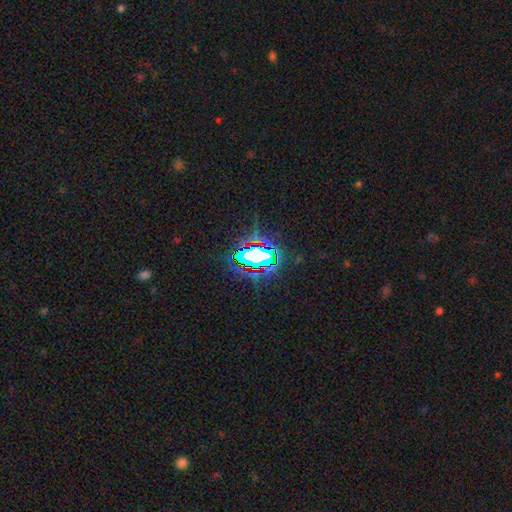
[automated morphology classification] smooth-or-featured: star or artifact: 66% | smooth: 17% | featured or disk: 16%